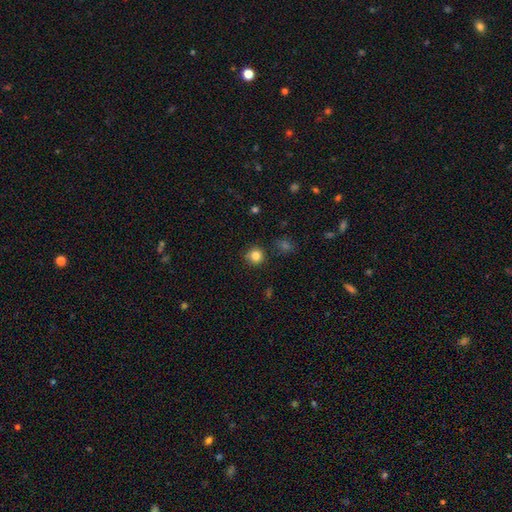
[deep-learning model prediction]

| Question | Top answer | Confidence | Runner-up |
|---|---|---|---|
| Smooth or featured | smooth | 83% | star or artifact (12%) |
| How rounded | round | 90% | in between (9%) |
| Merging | none | 83% | minor disturbance (11%) |